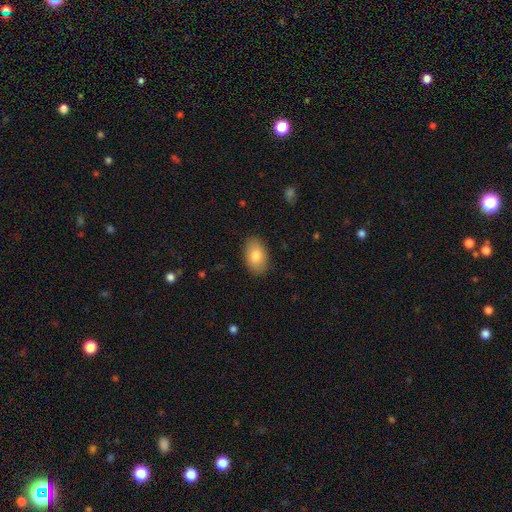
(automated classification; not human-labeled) This appears to be a smooth galaxy with no disk features (82%) that is in between round and cigar-shaped (90%). Merging: none (87%).